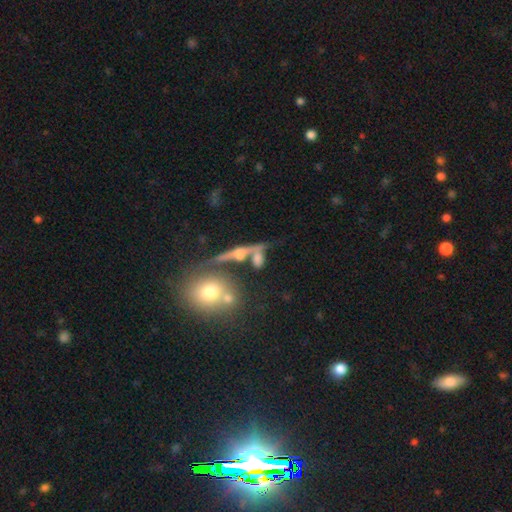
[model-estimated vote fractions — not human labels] featured or disk 46%, smooth 41%, star or artifact 13%. Down the decision tree: merging — none (43%).